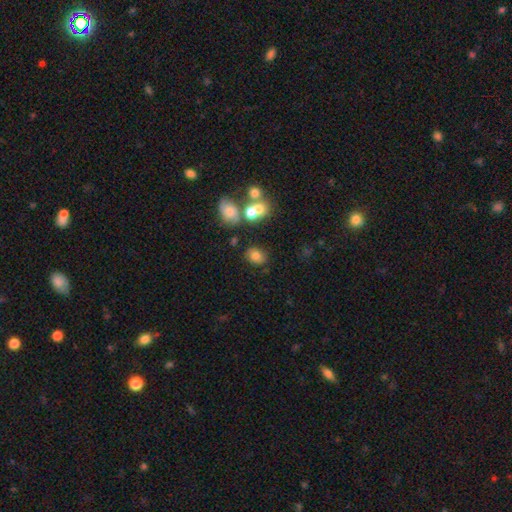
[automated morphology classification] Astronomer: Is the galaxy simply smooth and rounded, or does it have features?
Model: smooth — 75%.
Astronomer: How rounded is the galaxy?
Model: in between — 53% (runner-up: round, 45%).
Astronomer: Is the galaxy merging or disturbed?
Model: none — 73%.